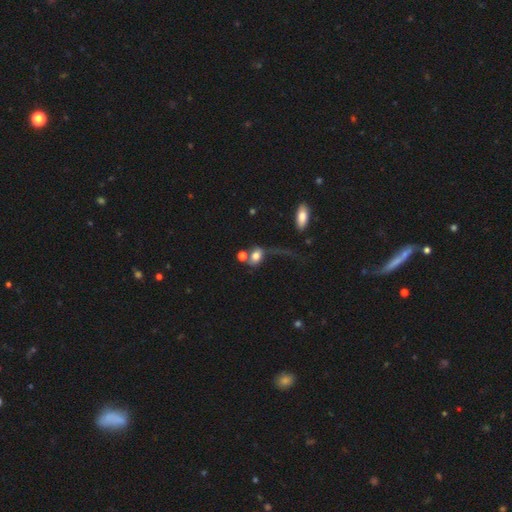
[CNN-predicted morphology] Smooth or featured: smooth — 71% (featured or disk — 19%)
How rounded: in between — 66% (round — 31%)
Merging: merger — 34% (major disturbance — 29%)